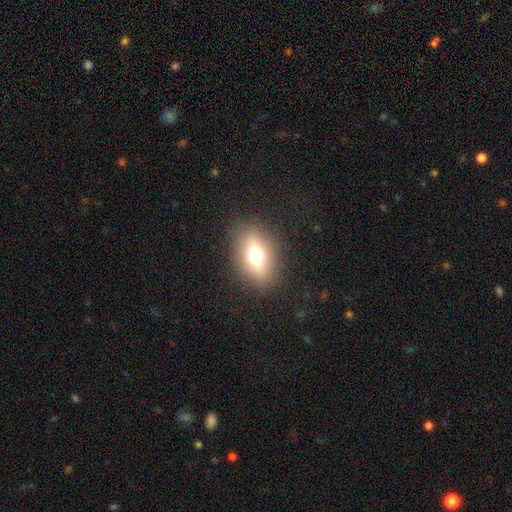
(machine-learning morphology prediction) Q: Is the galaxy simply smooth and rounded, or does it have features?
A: smooth — 54%.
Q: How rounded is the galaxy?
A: in between — 69%.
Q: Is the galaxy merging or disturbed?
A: none — 85%.